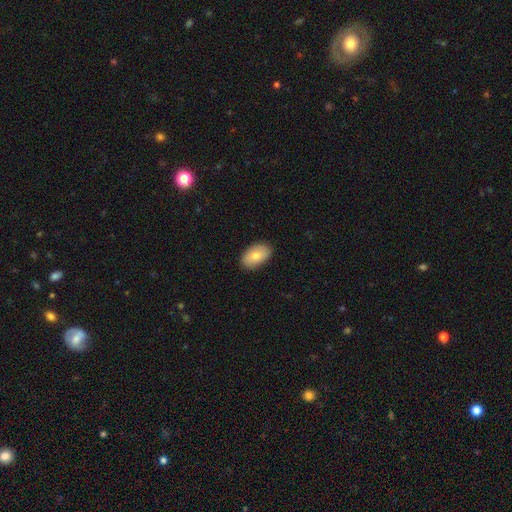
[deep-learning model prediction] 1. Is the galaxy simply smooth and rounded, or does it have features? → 78% smooth, 15% featured or disk, 7% star or artifact.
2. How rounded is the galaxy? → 92% in between, 7% round, 1% cigar-shaped.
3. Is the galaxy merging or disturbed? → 87% none, 10% minor disturbance, 2% major disturbance, 1% merger.